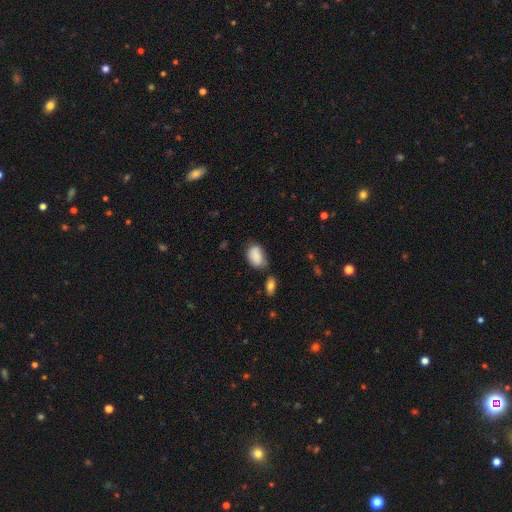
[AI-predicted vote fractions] Smooth or featured? Predicted: smooth (p=0.86). How rounded? Predicted: in between (p=0.89). Merging? Predicted: none (p=0.53).